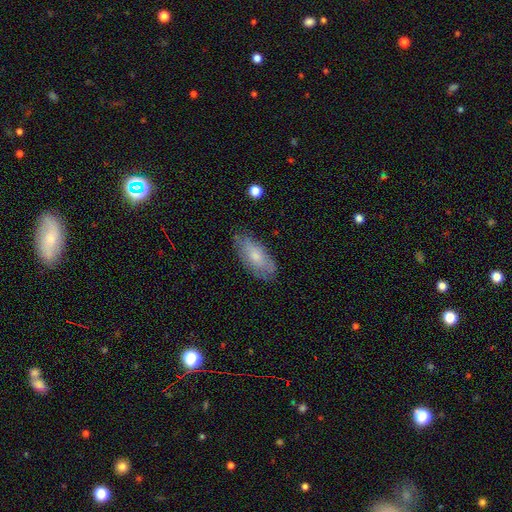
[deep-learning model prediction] The model was most divided on "smooth or featured": smooth: 67%, featured or disk: 26%, star or artifact: 7%. More confident: how rounded — in between (87%); merging — none (72%).